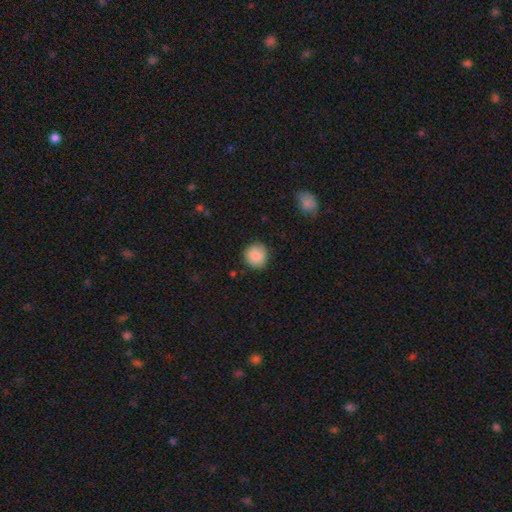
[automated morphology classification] A smooth galaxy with no disk features (86%) that is round (92%).

Vote fractions:
- Smooth or featured? smooth: 86% / star or artifact: 8% / featured or disk: 6%
- How rounded? round: 92% / in between: 7% / cigar-shaped: 1%
- Merging? none: 88% / minor disturbance: 9% / major disturbance: 2% / merger: 1%